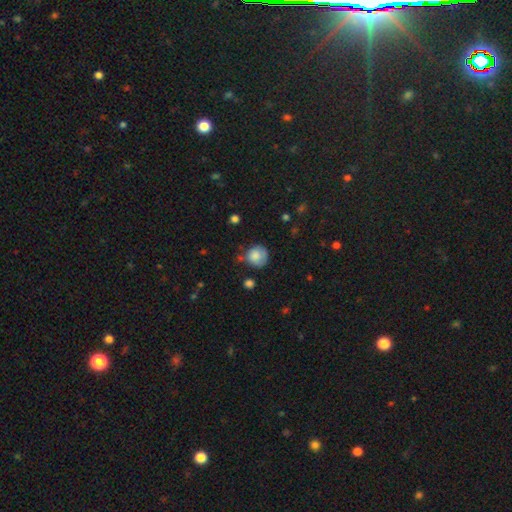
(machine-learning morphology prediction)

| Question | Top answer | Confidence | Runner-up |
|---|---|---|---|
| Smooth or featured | smooth | 78% | featured or disk (14%) |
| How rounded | round | 84% | in between (15%) |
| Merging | none | 55% | minor disturbance (30%) |